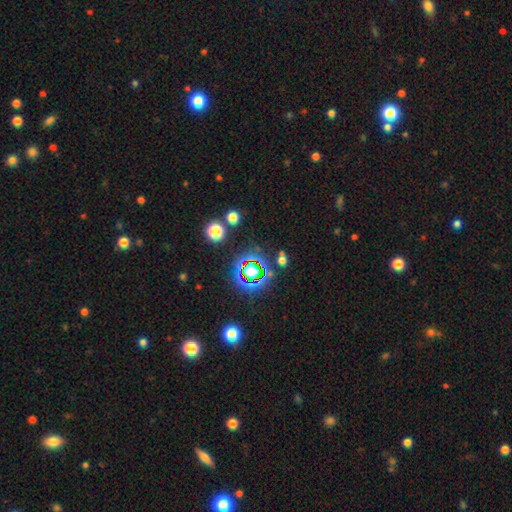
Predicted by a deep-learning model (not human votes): A star or artifact, not a galaxy (76%).